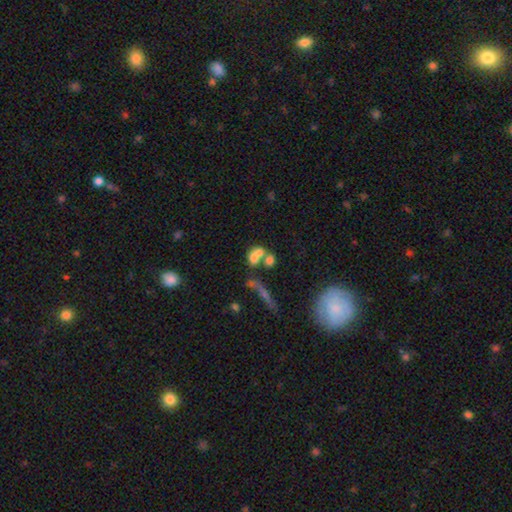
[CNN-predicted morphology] smooth 60%, featured or disk 27%, star or artifact 13%. Down the decision tree: how rounded — in between (61%); merging — merger (61%).